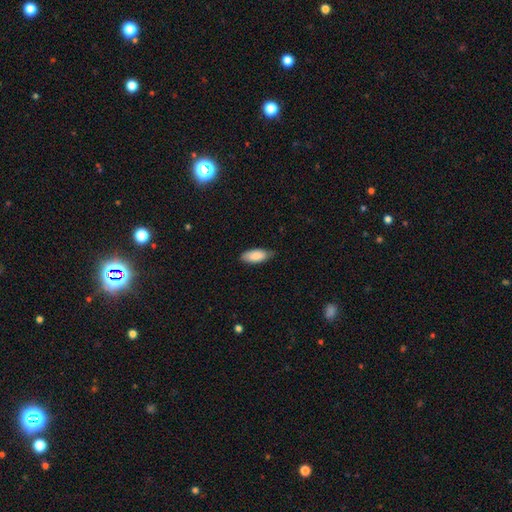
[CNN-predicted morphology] Smooth or featured? smooth (88%)
How rounded? in between (87%)
Merging? none (75%)